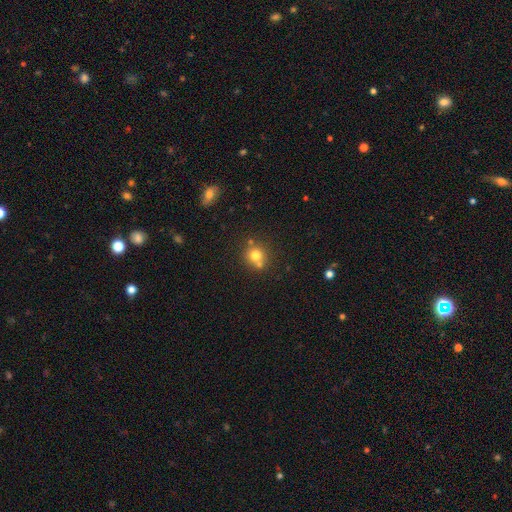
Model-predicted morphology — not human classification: type=smooth (74%); roundness=round (88%); merging=none (60%).